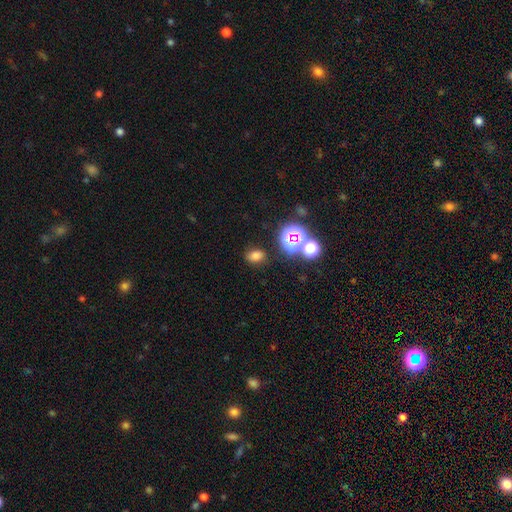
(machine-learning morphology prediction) type=smooth (71%); roundness=in between (69%); merging=none (82%).